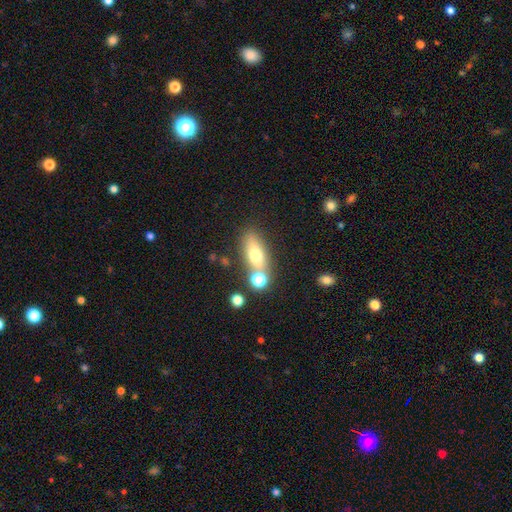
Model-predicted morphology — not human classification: Smooth or featured? Predicted: smooth (p=0.64). How rounded? Predicted: in between (p=0.66). Merging? Predicted: none (p=0.61).